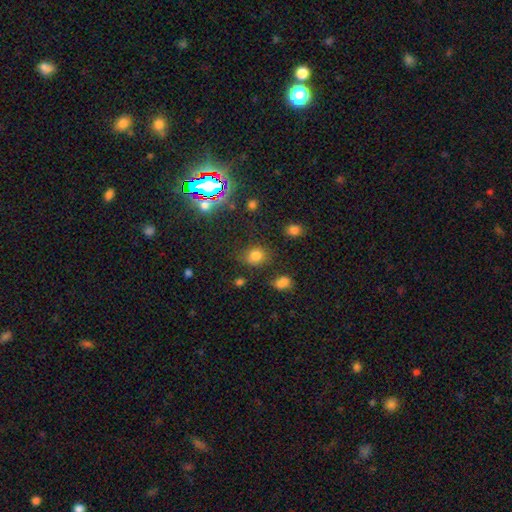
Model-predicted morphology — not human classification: Smooth or featured? smooth (77%)
How rounded? round (69%)
Merging? none (75%)